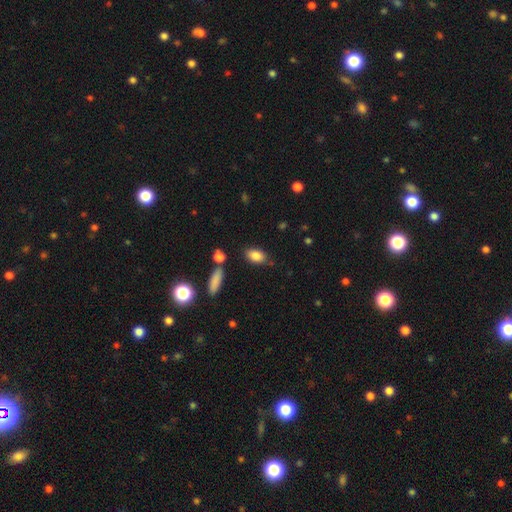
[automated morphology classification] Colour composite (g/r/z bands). It shows a smooth galaxy with no disk features (85%) that is in between round and cigar-shaped (88%). Merging: none (80%).